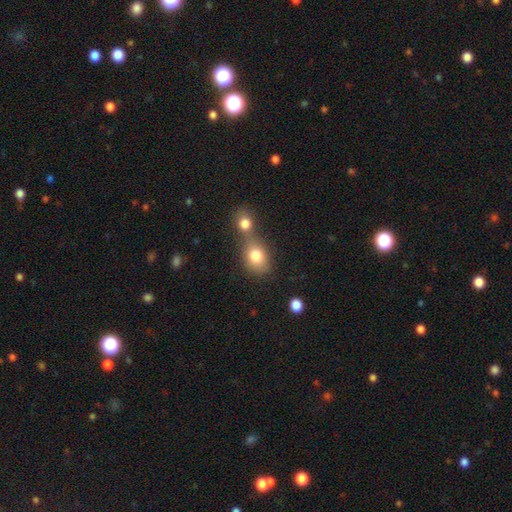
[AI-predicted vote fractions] smooth-or-featured: smooth: 80% | featured or disk: 10% | star or artifact: 10%
  how-rounded: in between: 50% | round: 49% | cigar-shaped: 1%
  merging: merger: 56% | none: 31% | minor disturbance: 9% | major disturbance: 4%